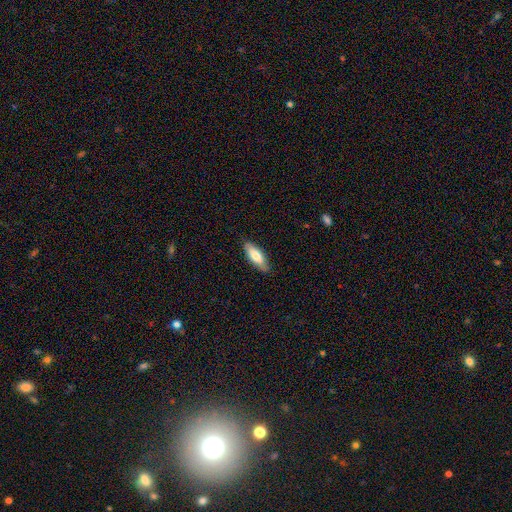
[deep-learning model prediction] Overall: smooth (74%). How rounded: in between (68%; cigar-shaped 30%). Merging: none (83%).